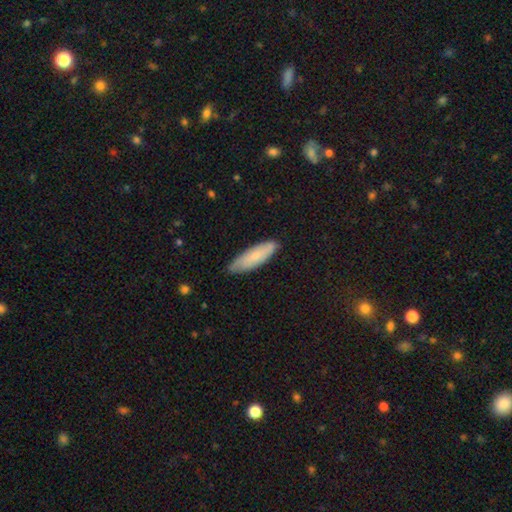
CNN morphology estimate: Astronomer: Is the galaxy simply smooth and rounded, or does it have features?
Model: smooth — 70%.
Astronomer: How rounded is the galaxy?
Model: cigar-shaped — 51% (runner-up: in between, 47%).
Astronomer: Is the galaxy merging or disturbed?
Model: none — 79%.